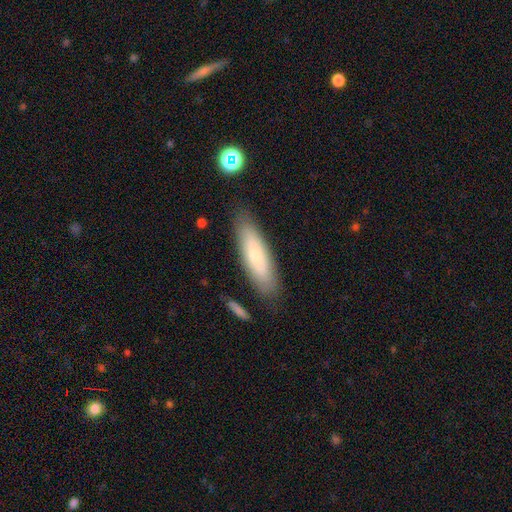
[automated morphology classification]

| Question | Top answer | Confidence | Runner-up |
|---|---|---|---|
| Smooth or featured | smooth | 62% | featured or disk (31%) |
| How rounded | cigar-shaped | 56% | in between (42%) |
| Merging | none | 82% | minor disturbance (12%) |